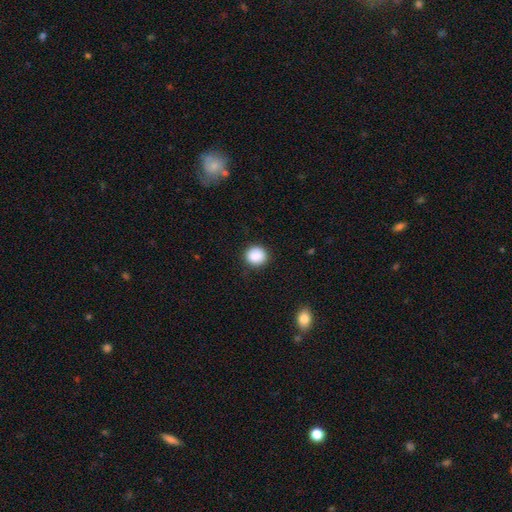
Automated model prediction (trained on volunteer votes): This is clearly a smooth galaxy (89%). How rounded: clearly round (90%). Merging: clearly none (89%).